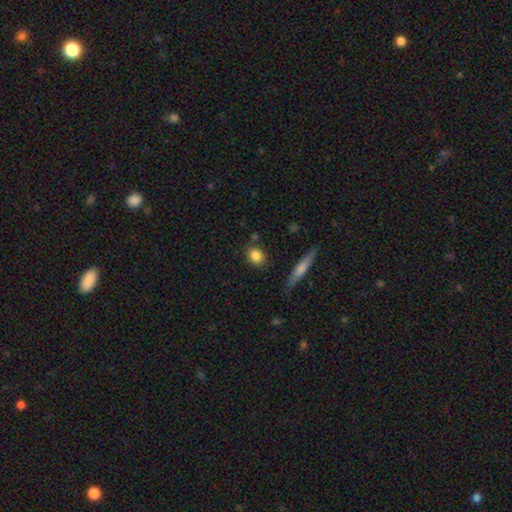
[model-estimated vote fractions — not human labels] Smooth or featured? Predicted: smooth (p=0.83). How rounded? Predicted: round (p=0.73). Merging? Predicted: none (p=0.83).